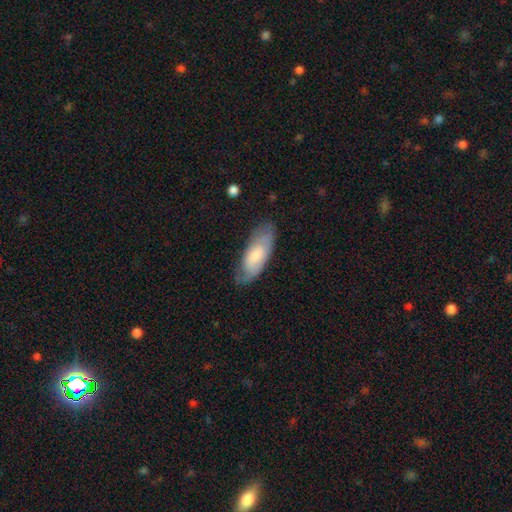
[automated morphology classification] Smooth or featured? Predicted: smooth (p=0.62). How rounded? Predicted: in between (p=0.78). Merging? Predicted: none (p=0.70).